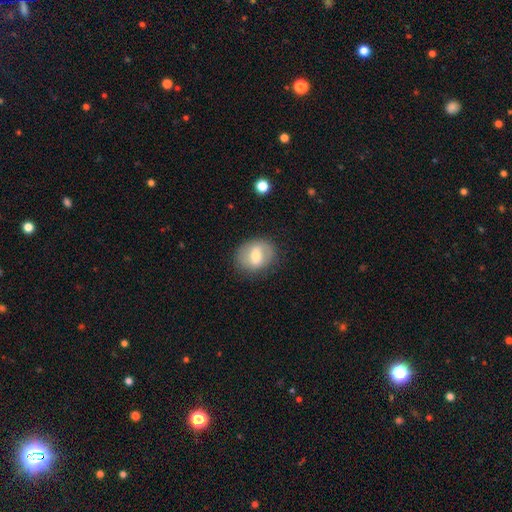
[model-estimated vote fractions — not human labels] Smooth or featured: smooth — 53% (featured or disk — 40%)
How rounded: round — 55% (in between — 44%)
Merging: none — 79% (minor disturbance — 14%)